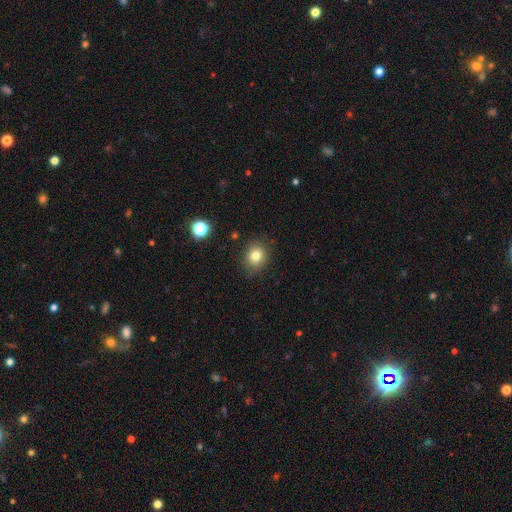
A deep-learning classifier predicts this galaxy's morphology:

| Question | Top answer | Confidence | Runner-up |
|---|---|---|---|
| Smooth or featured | smooth | 79% | star or artifact (12%) |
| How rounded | round | 73% | in between (26%) |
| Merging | none | 84% | minor disturbance (11%) |